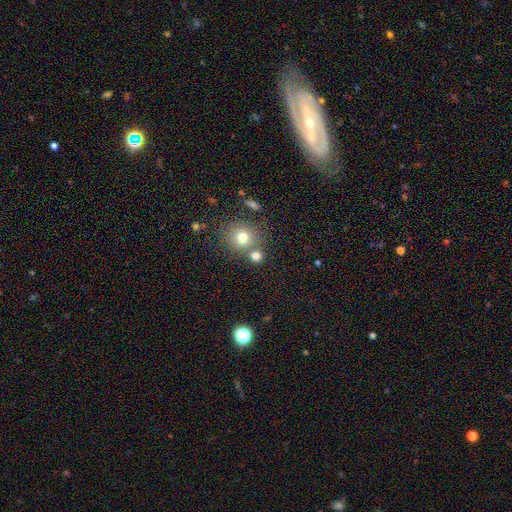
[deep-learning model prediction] A smooth galaxy with no disk features (75%) that is round (85%).

Vote fractions:
- Smooth or featured? smooth: 75% / star or artifact: 16% / featured or disk: 10%
- How rounded? round: 85% / in between: 14% / cigar-shaped: 1%
- Merging? none: 65% / merger: 23% / minor disturbance: 8% / major disturbance: 3%